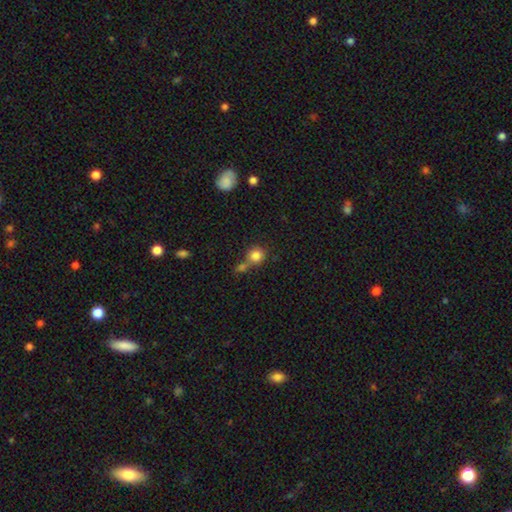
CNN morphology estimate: Q: Smooth or featured?
A: smooth (82%); runner-up: star or artifact (11%)
Q: How rounded?
A: round (88%); runner-up: in between (11%)
Q: Merging?
A: none (51%); runner-up: merger (34%)